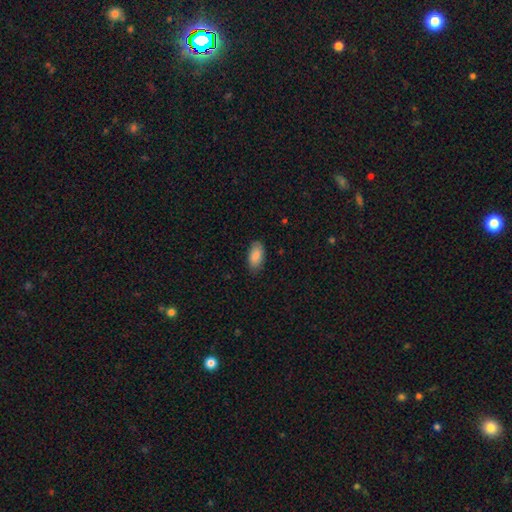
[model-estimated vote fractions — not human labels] A smooth galaxy with no disk features (87%) that is in between round and cigar-shaped (93%). Merging: none (83%).